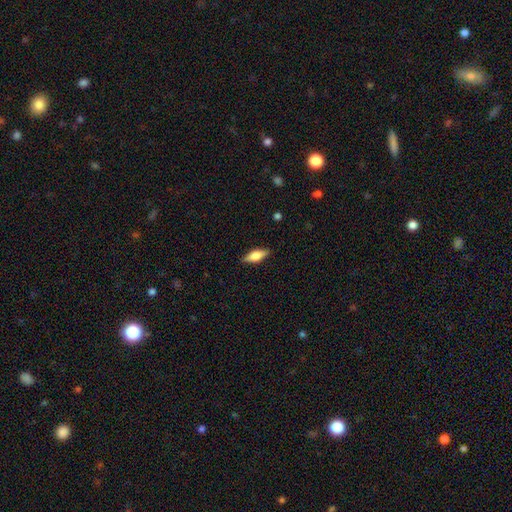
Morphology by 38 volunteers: smooth_or_featured: featured or disk (p=0.55) [alt: smooth p=0.42]
disk_edge_on: yes (p=0.81) [alt: no p=0.19]
edge_on_bulge: rounded (p=0.82) [alt: boxy p=0.18]
merging: none (p=0.92) [alt: major disturbance p=0.05]